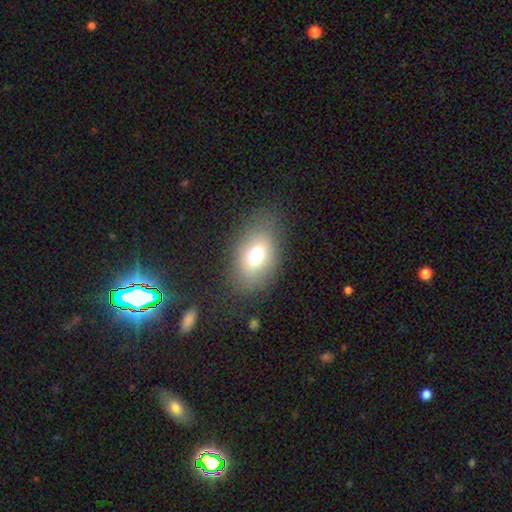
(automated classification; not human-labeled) Q: Smooth or featured?
A: smooth (70%); runner-up: featured or disk (18%)
Q: How rounded?
A: in between (82%); runner-up: round (17%)
Q: Merging?
A: none (77%); runner-up: minor disturbance (13%)